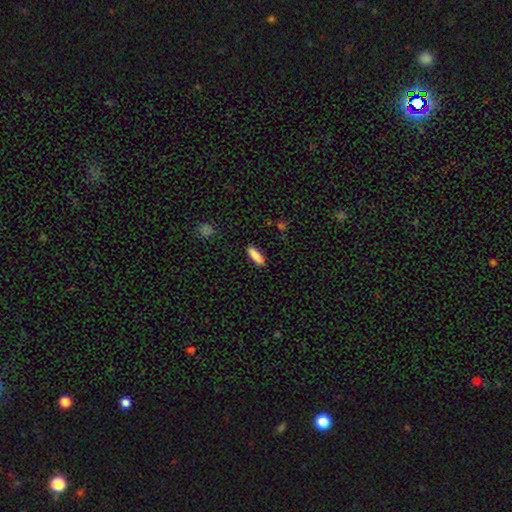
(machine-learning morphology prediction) smooth-or-featured: smooth: 86% | star or artifact: 7% | featured or disk: 7%
  how-rounded: in between: 52% | cigar-shaped: 46% | round: 2%
  merging: none: 85% | minor disturbance: 10% | major disturbance: 2% | merger: 2%